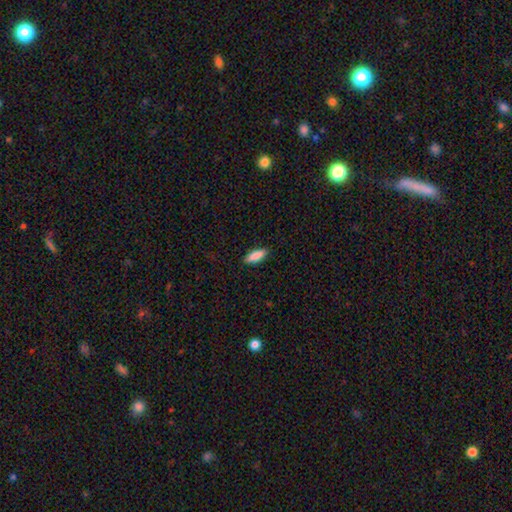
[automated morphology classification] A smooth galaxy with no disk features (87%) that is in between round and cigar-shaped (60%). Merging: none (88%).